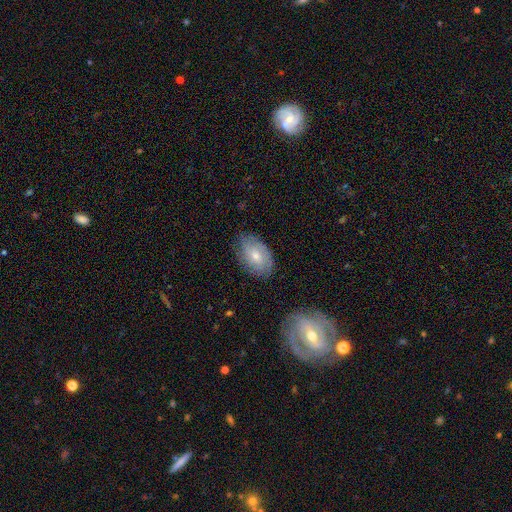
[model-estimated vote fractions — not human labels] A featured or disk galaxy (51%).

Vote fractions:
- Smooth or featured? featured or disk: 51% / smooth: 39% / star or artifact: 10%
- Edge-on disk? no: 93% / yes: 7%
- Merging? none: 76% / minor disturbance: 18% / major disturbance: 5% / merger: 2%